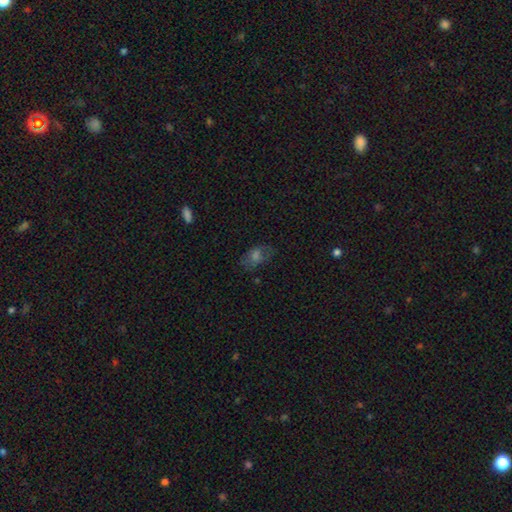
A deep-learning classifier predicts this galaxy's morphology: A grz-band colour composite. It shows a smooth galaxy with no disk features (53%) that is in between round and cigar-shaped (81%). Merging: none (66%).